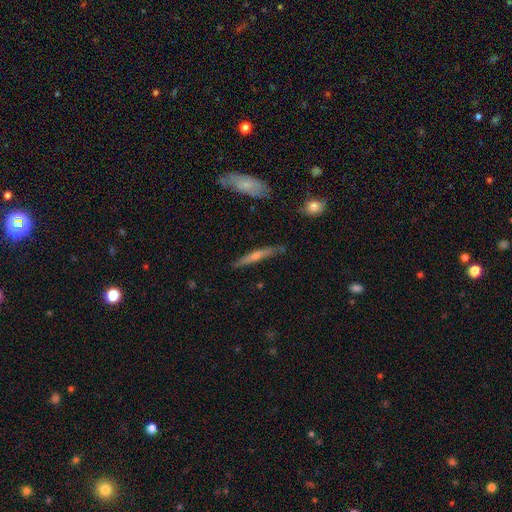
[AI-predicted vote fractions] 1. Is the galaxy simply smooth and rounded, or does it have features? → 58% featured or disk, 35% smooth, 7% star or artifact.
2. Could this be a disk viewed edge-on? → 94% yes, 6% no.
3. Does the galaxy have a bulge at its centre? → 71% rounded, 23% none, 5% boxy.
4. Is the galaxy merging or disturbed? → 83% none, 13% minor disturbance, 2% merger, 2% major disturbance.